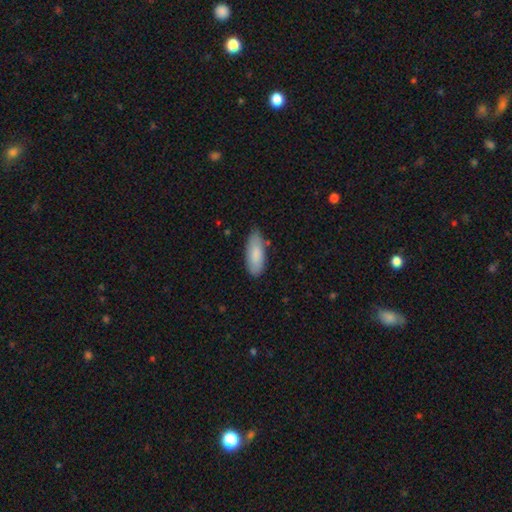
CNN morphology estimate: Overall: smooth (85%). How rounded: in between (80%). Merging: none (73%).